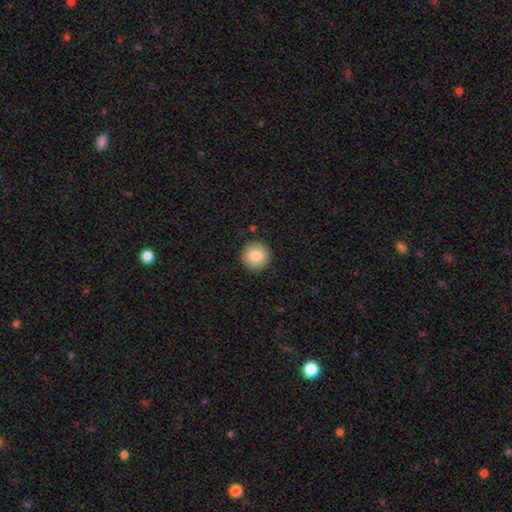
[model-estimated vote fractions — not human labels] This is clearly a smooth galaxy (83%). How rounded: clearly round (94%). Merging: clearly none (90%).